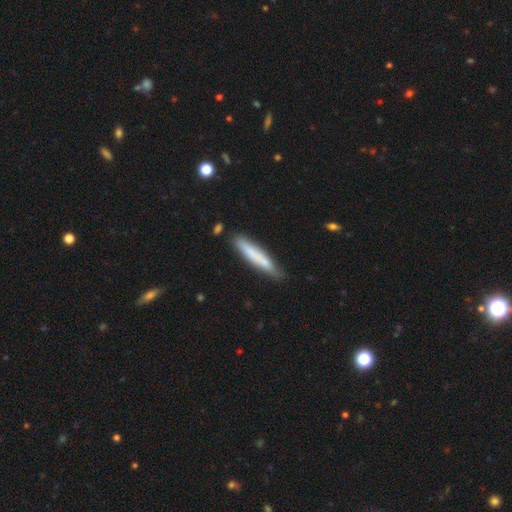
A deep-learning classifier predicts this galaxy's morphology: The model was most divided on "smooth or featured": smooth: 70%, featured or disk: 24%, star or artifact: 6%. More confident: how rounded — cigar-shaped (91%); merging — none (76%).